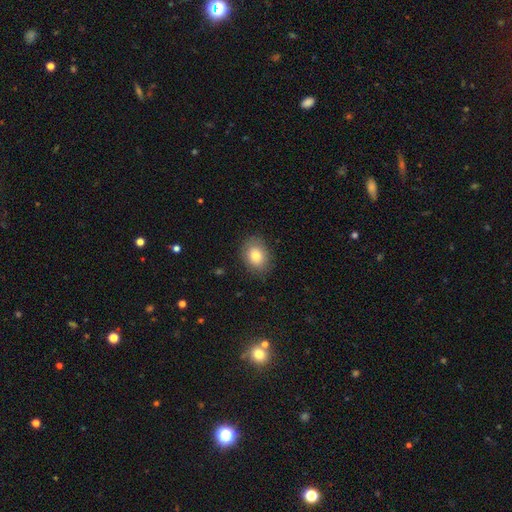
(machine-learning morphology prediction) Overall: smooth (81%). How rounded: in between (61%; round 38%). Merging: none (84%).